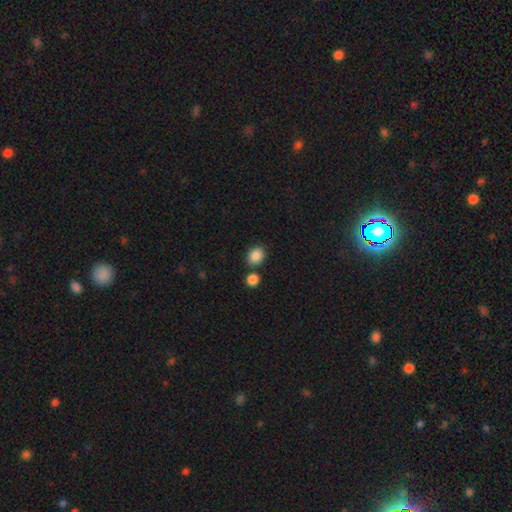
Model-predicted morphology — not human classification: Overall: smooth (86%). How rounded: round (57%; in between 42%). Merging: none (75%).